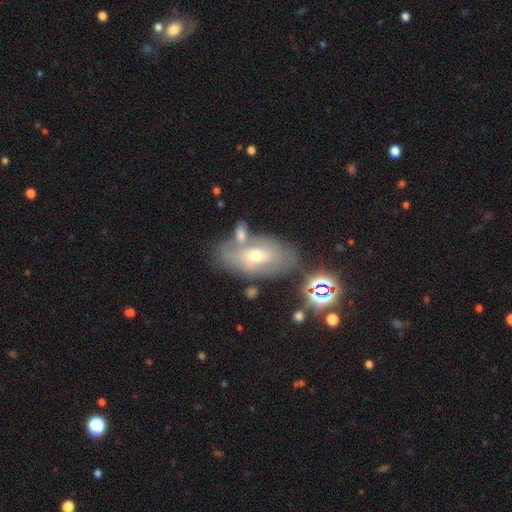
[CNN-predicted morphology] Overall: smooth (44%; featured or disk 42%). Merging: none (53%; merger 21%).